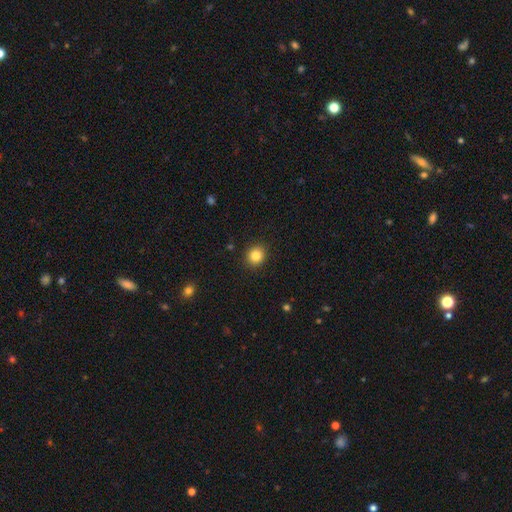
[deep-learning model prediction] This is clearly a smooth galaxy (84%). How rounded: clearly round (80%). Merging: clearly none (91%).